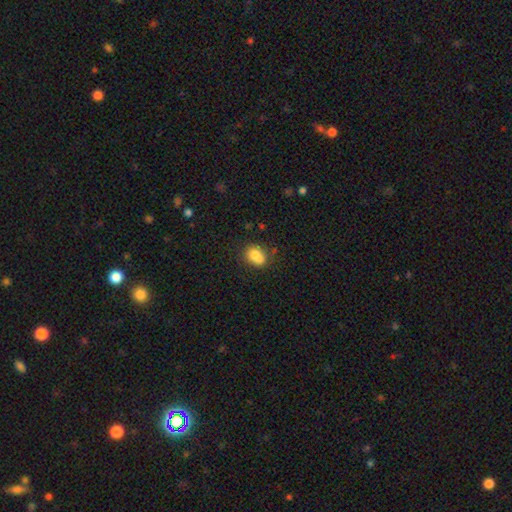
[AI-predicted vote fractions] Smooth or featured?
  - smooth: 77% *
  - featured or disk: 13%
  - star or artifact: 10%
How rounded?
  - in between: 56% *
  - round: 43%
  - cigar-shaped: 1%
Merging?
  - none: 47% *
  - merger: 29%
  - minor disturbance: 18%
  - major disturbance: 6%